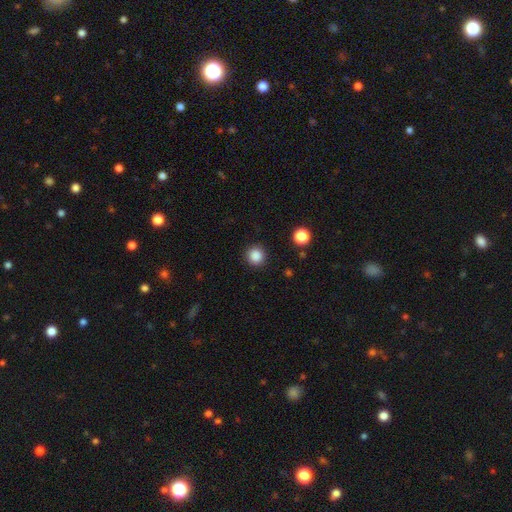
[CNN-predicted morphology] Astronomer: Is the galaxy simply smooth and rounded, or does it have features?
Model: smooth — 86%.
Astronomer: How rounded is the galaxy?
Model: round — 93%.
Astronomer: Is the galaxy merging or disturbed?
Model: none — 90%.